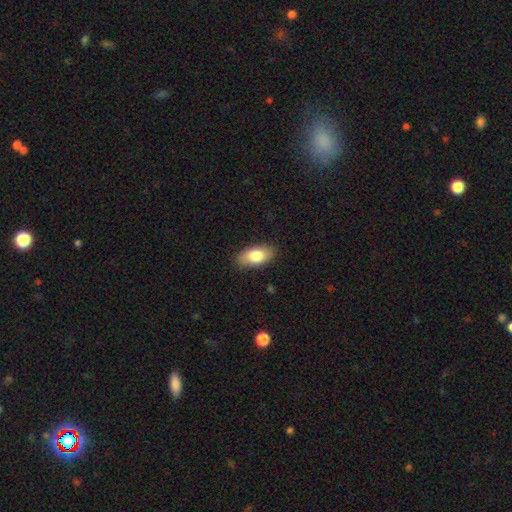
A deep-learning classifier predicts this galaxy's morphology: A smooth galaxy with no disk features (80%) that is in between round and cigar-shaped (91%).

Vote fractions:
- Smooth or featured? smooth: 80% / featured or disk: 13% / star or artifact: 6%
- How rounded? in between: 91% / cigar-shaped: 4% / round: 4%
- Merging? none: 85% / minor disturbance: 11% / major disturbance: 3% / merger: 1%